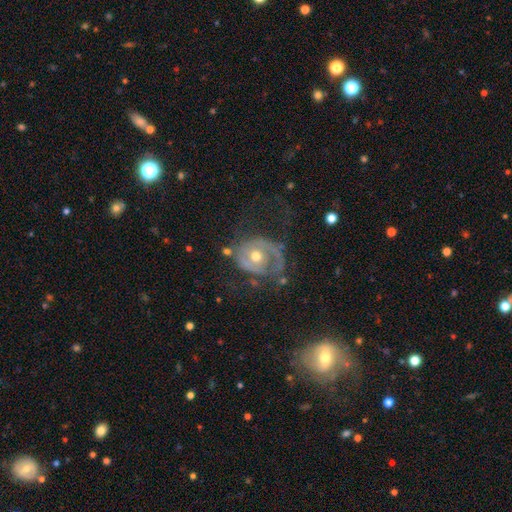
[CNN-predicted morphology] Smooth or featured? Predicted: featured or disk (p=0.78). Edge-on disk? Predicted: no (p=0.97). Bar? Predicted: no (p=0.77). Spiral arms? Predicted: yes (p=0.80). Spiral winding? Predicted: tight (p=0.45). Spiral arm count? Predicted: 2 (p=0.38). Bulge size? Predicted: moderate (p=0.66). Merging? Predicted: none (p=0.45).